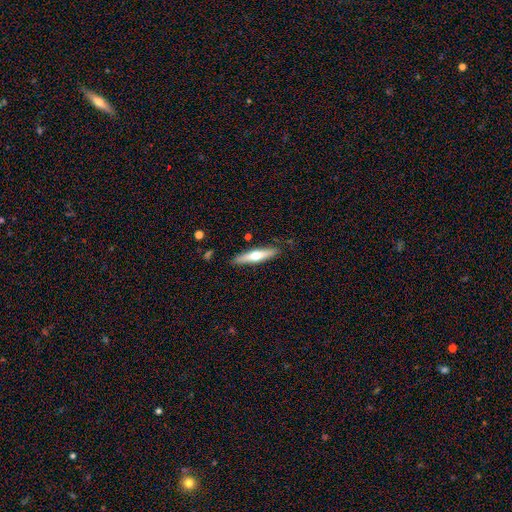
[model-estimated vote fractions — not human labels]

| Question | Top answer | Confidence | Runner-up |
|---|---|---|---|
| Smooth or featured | featured or disk | 47% | tied: smooth (47%) |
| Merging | none | 87% | minor disturbance (10%) |